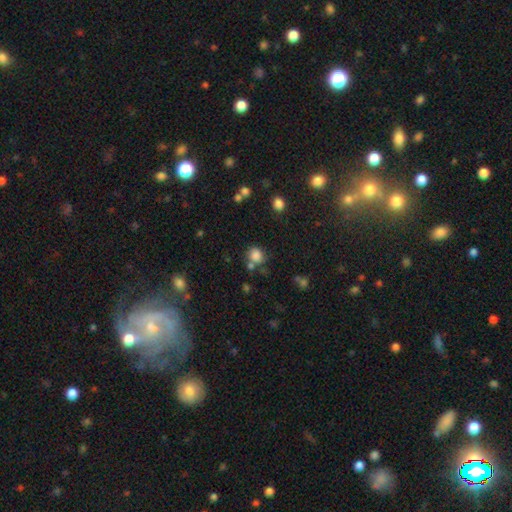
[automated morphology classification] smooth_or_featured: smooth (p=0.82) [alt: star or artifact p=0.12]
how_rounded: round (p=0.79) [alt: in between p=0.20]
merging: none (p=0.62) [alt: merger p=0.17]